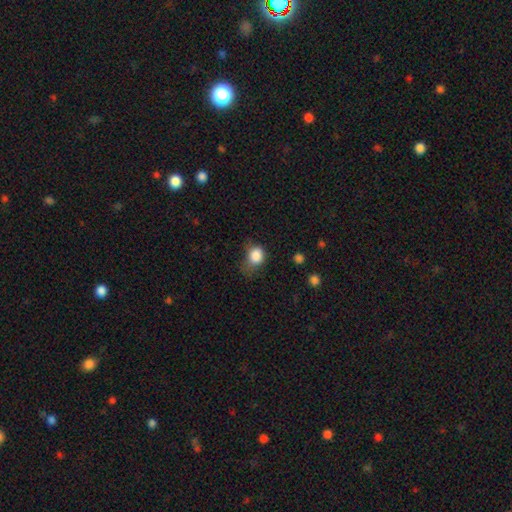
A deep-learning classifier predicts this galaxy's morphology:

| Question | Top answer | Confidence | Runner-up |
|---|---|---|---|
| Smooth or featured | smooth | 84% | star or artifact (10%) |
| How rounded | round | 60% | in between (39%) |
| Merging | none | 38% | tied: minor disturbance (38%) |